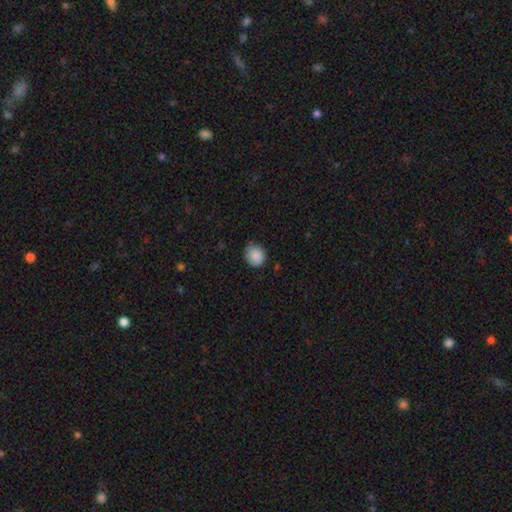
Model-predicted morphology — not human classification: Smooth or featured? smooth (89%)
How rounded? round (75%)
Merging? none (76%)